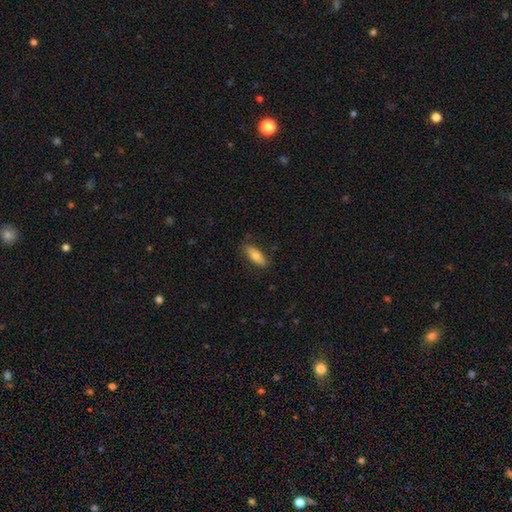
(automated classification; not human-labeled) The model was most divided on "how rounded": in between: 71%, cigar-shaped: 27%, round: 2%. More confident: merging — none (83%); smooth or featured — smooth (77%).